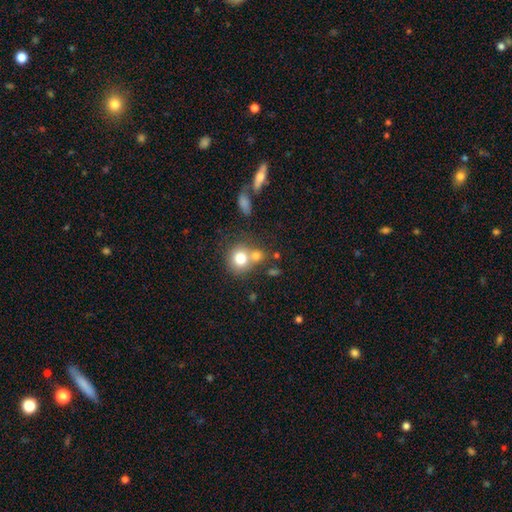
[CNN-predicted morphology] Smooth or featured? Predicted: smooth (p=0.75). How rounded? Predicted: round (p=0.81). Merging? Predicted: none (p=0.43, tied with merger).